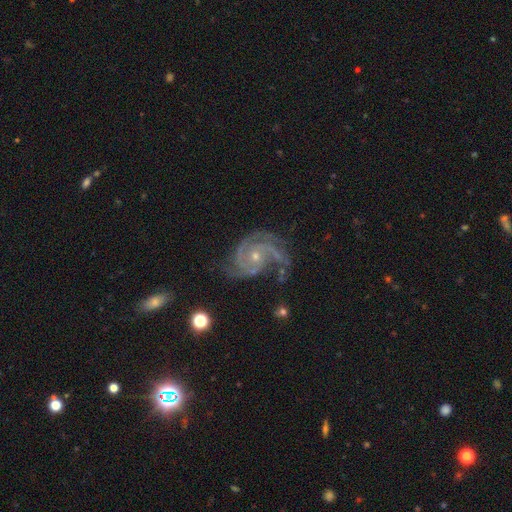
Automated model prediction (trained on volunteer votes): smooth-or-featured: featured or disk: 92% | star or artifact: 5% | smooth: 3%
  disk-edge-on: no: 98% | yes: 2%
    bar: no: 69% | weak: 23% | strong: 7%
    has-spiral-arms: yes: 99% | no: 1%
      spiral-winding: tight: 50% | medium: 43% | loose: 7%
      spiral-arm-count: 3: 46% | 2: 30% | 4: 8% | can't tell: 7% | 1: 5% | more than 4: 5%
    bulge-size: small: 67% | moderate: 30% | none: 1% | large: 1% | dominant: 1%
  merging: none: 60% | minor disturbance: 24% | major disturbance: 13% | merger: 3%